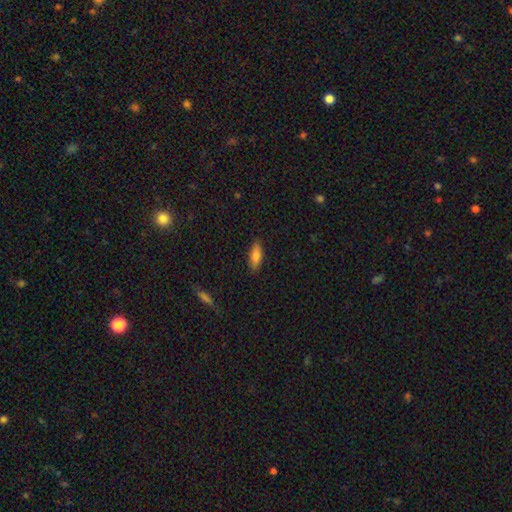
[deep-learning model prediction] Smooth or featured: smooth — 79% (featured or disk — 14%)
How rounded: in between — 68% (cigar-shaped — 30%)
Merging: none — 86% (minor disturbance — 11%)